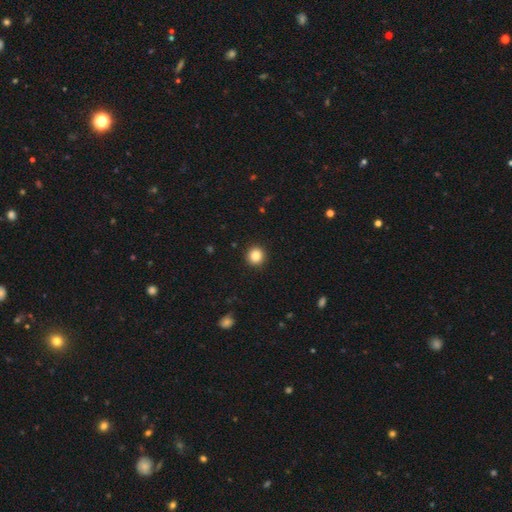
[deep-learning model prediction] This is clearly a smooth galaxy (86%). How rounded: clearly round (93%). Merging: clearly none (92%).